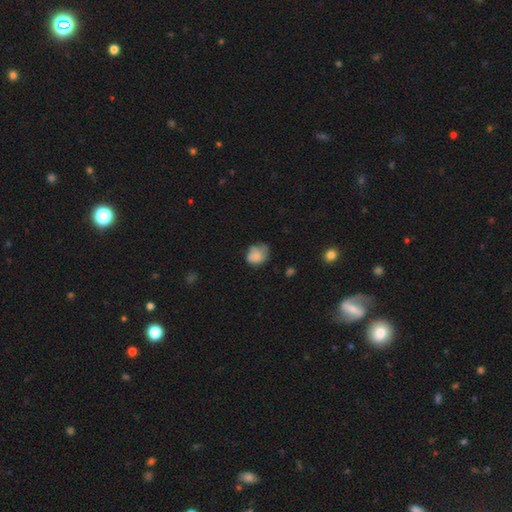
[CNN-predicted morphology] This appears to be a smooth galaxy with no disk features (74%) that is round (56%). Merging: none (44%).